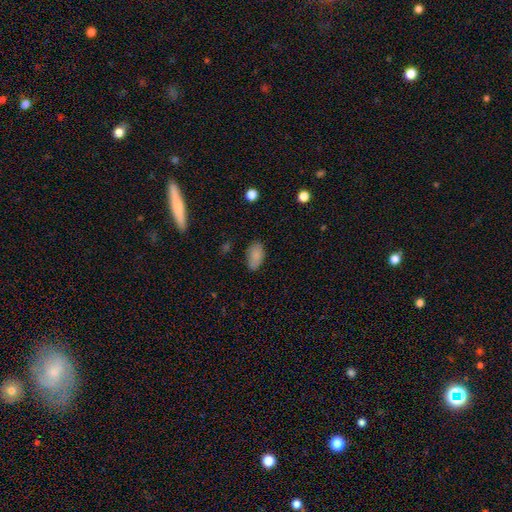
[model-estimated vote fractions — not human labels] A smooth galaxy with no disk features (85%) that is in between round and cigar-shaped (93%).

Vote fractions:
- Smooth or featured? smooth: 85% / star or artifact: 9% / featured or disk: 6%
- How rounded? in between: 93% / round: 4% / cigar-shaped: 2%
- Merging? none: 77% / minor disturbance: 18% / major disturbance: 4% / merger: 2%